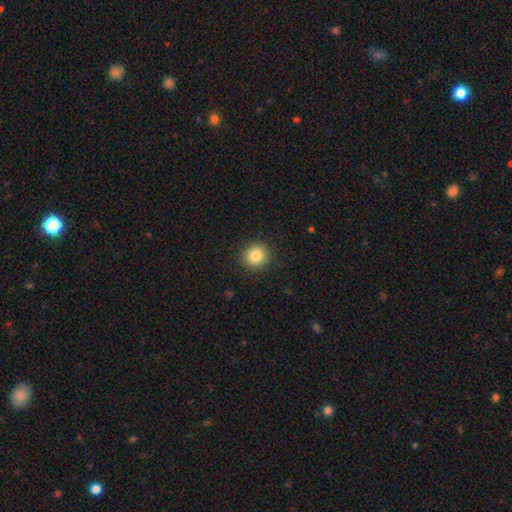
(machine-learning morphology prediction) This appears to be a smooth galaxy with no disk features (84%) that is round (91%). Merging: none (91%).